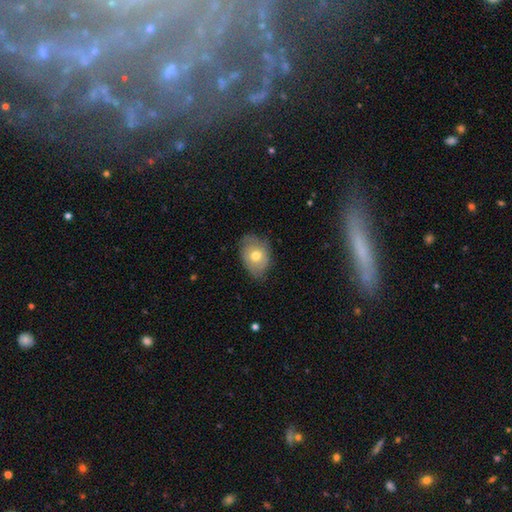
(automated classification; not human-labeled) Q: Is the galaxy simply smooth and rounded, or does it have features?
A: smooth — 67%.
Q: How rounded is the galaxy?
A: in between — 71%.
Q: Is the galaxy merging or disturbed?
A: none — 66%.